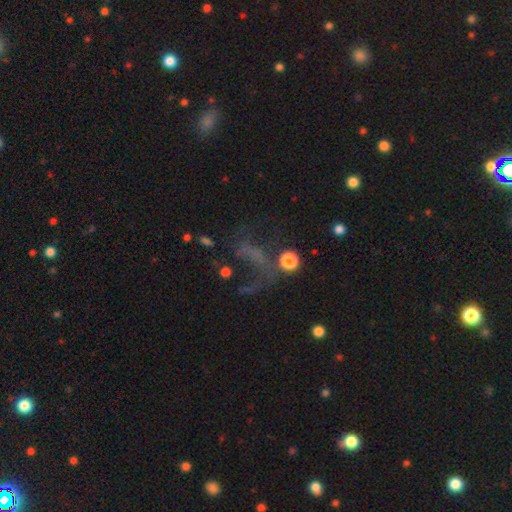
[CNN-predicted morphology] Overall: featured or disk (38%; star or artifact 37%). Merging: major disturbance (39%; none 37%).